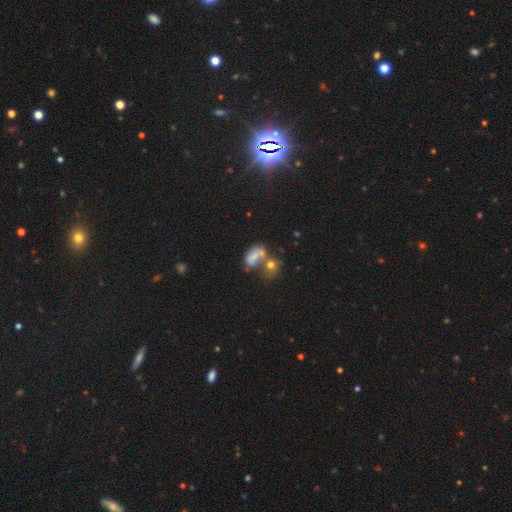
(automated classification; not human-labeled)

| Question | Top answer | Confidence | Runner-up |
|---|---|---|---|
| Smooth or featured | smooth | 60% | featured or disk (25%) |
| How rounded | in between | 80% | round (17%) |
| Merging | merger | 52% | none (21%) |